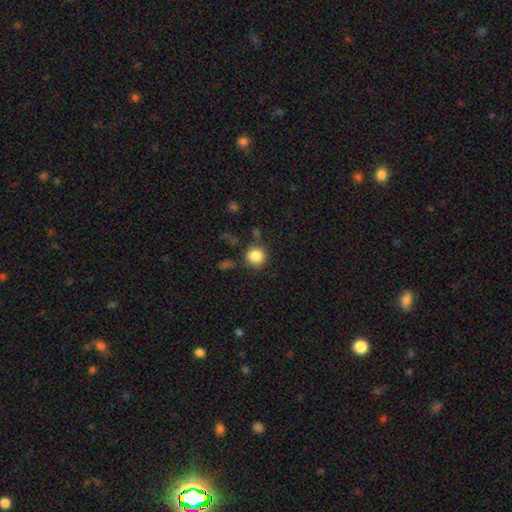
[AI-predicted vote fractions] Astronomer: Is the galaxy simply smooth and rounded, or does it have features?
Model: smooth — 85%.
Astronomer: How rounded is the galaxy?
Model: round — 90%.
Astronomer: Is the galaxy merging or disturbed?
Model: none — 81%.